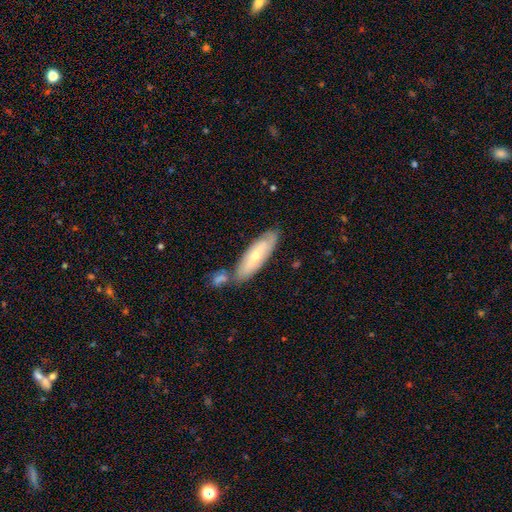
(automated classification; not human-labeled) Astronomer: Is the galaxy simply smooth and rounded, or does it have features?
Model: smooth — 49% (runner-up: featured or disk, 45%).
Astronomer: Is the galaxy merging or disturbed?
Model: none — 66%.